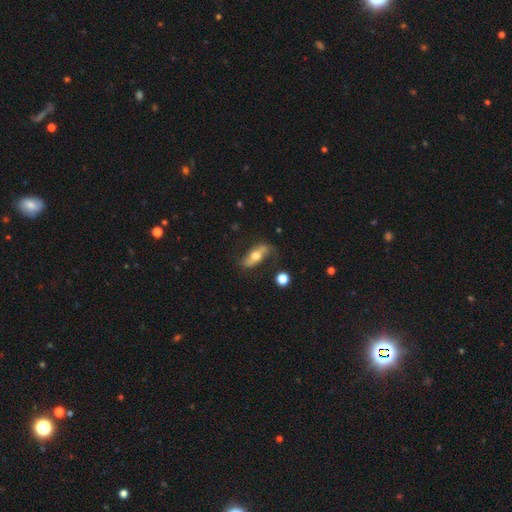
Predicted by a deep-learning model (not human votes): Smooth or featured?
  - featured or disk: 55% *
  - smooth: 38%
  - star or artifact: 7%
Edge-on disk?
  - no: 66% *
  - yes: 34%
Merging?
  - none: 67% *
  - minor disturbance: 21%
  - major disturbance: 9%
  - merger: 3%